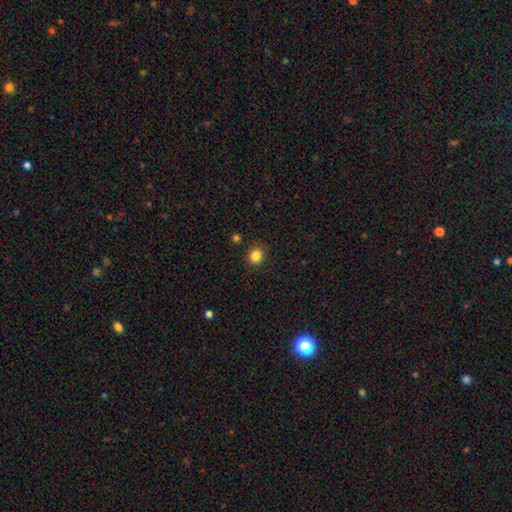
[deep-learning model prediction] Smooth or featured? Predicted: smooth (p=0.84). How rounded? Predicted: round (p=0.81). Merging? Predicted: none (p=0.89).